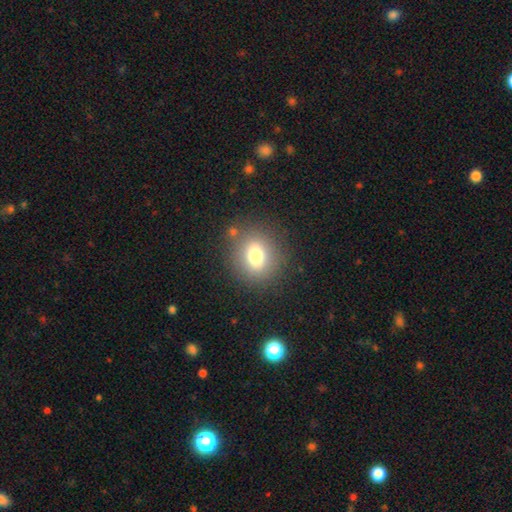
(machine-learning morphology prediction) This appears to be a smooth galaxy with no disk features (73%) that is round (71%). Merging: none (82%).